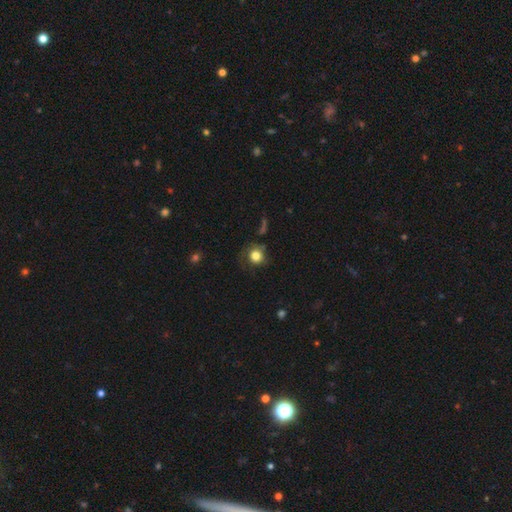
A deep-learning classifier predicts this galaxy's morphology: Smooth or featured: smooth — 78% (featured or disk — 13%)
How rounded: round — 86% (in between — 13%)
Merging: none — 62% (minor disturbance — 20%)